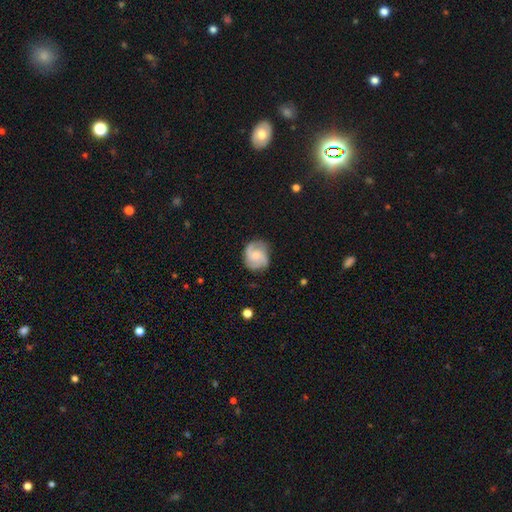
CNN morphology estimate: Smooth or featured?
  - featured or disk: 69% *
  - smooth: 24%
  - star or artifact: 7%
Edge-on disk?
  - no: 98% *
  - yes: 2%
Bar?
  - no: 69% *
  - weak: 27%
  - strong: 4%
Spiral arms?
  - yes: 95% *
  - no: 5%
Spiral winding?
  - medium: 49% *
  - tight: 31%
  - loose: 21%
Spiral arm count?
  - 3: 46% *
  - 2: 30%
  - can't tell: 11%
  - 4: 6%
  - 1: 4%
  - more than 4: 3%
Bulge size?
  - small: 57% *
  - moderate: 37%
  - none: 3%
  - large: 2%
  - dominant: 1%
Merging?
  - none: 78% *
  - minor disturbance: 17%
  - major disturbance: 5%
  - merger: 1%